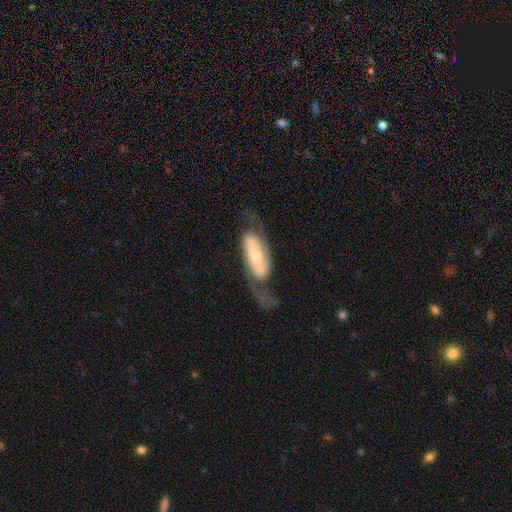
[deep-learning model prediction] Smooth or featured?
  - featured or disk: 80% *
  - smooth: 15%
  - star or artifact: 5%
Edge-on disk?
  - no: 91% *
  - yes: 9%
Bar?
  - strong: 39% *
  - weak: 31%
  - no: 30%
Spiral arms?
  - yes: 92% *
  - no: 8%
Spiral winding?
  - medium: 42% *
  - loose: 39%
  - tight: 19%
Spiral arm count?
  - 2: 89% *
  - can't tell: 5%
  - 1: 3%
  - 3: 1%
  - 4: 1%
  - more than 4: 1%
Bulge size?
  - small: 45% *
  - moderate: 41%
  - large: 8%
  - none: 3%
  - dominant: 2%
Merging?
  - none: 59% *
  - major disturbance: 22%
  - minor disturbance: 17%
  - merger: 2%